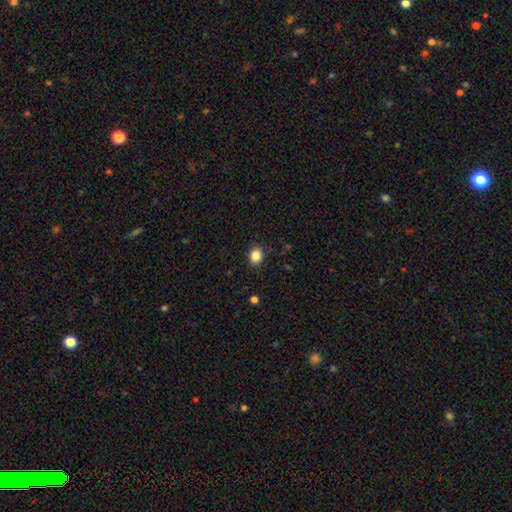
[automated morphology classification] Smooth or featured?
  - smooth: 85% *
  - star or artifact: 10%
  - featured or disk: 5%
How rounded?
  - round: 68% *
  - in between: 31%
  - cigar-shaped: 1%
Merging?
  - none: 89% *
  - minor disturbance: 8%
  - major disturbance: 2%
  - merger: 1%